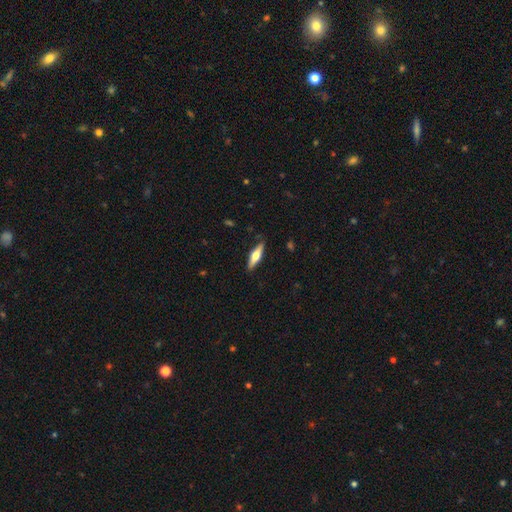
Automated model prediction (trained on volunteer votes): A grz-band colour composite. It shows a featured or disk galaxy (50%) viewed edge-on (94%). Merging: none (87%).